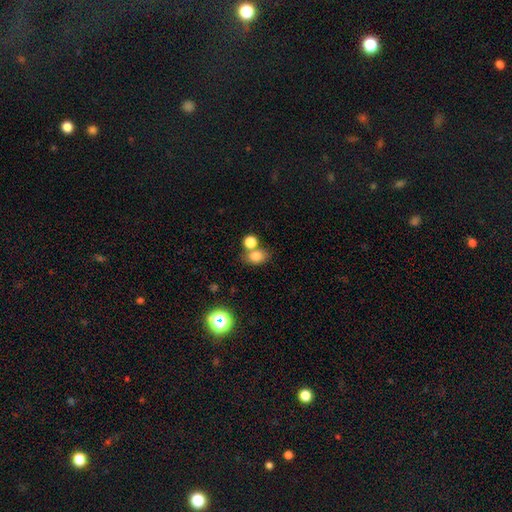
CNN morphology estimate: Q: Smooth or featured?
A: smooth (77%); runner-up: star or artifact (14%)
Q: How rounded?
A: in between (55%); runner-up: round (44%)
Q: Merging?
A: none (58%); runner-up: merger (27%)